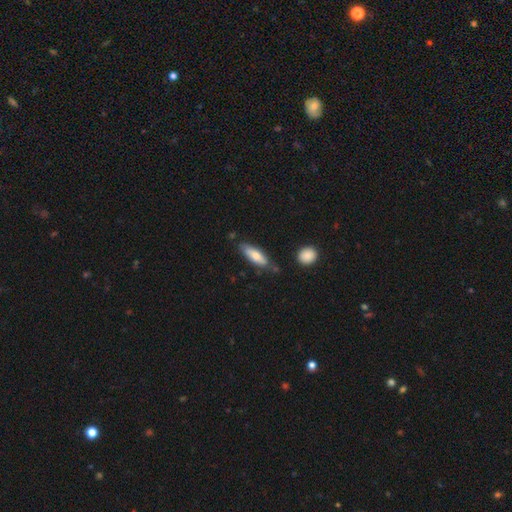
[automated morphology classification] A smooth galaxy with no disk features (71%) that is cigar-shaped (52%).

Vote fractions:
- Smooth or featured? smooth: 71% / featured or disk: 23% / star or artifact: 6%
- How rounded? cigar-shaped: 52% / in between: 46% / round: 2%
- Merging? none: 72% / minor disturbance: 19% / merger: 6% / major disturbance: 4%